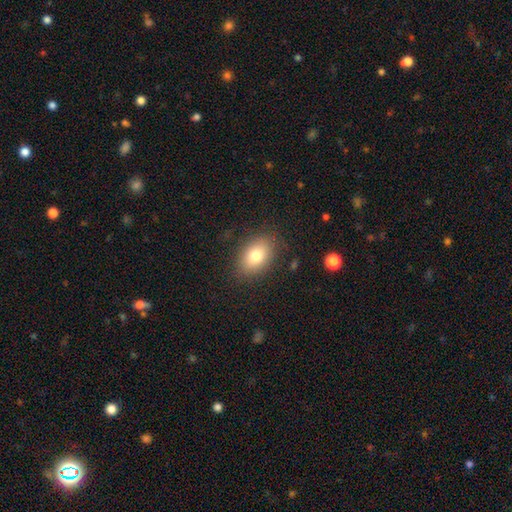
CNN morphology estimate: A smooth galaxy with no disk features (79%) that is in between round and cigar-shaped (83%). Merging: none (84%).